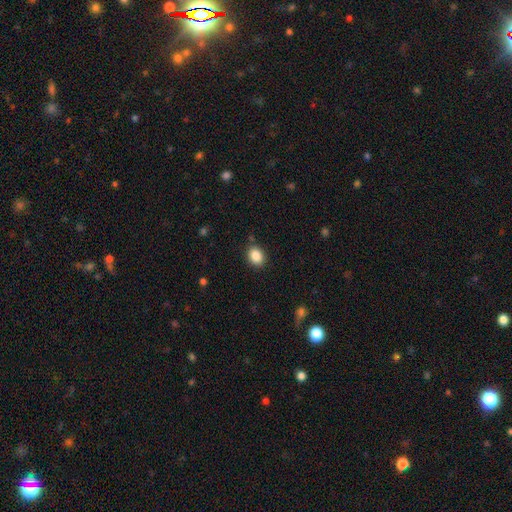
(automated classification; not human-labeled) Q: Smooth or featured?
A: smooth (87%); runner-up: star or artifact (9%)
Q: How rounded?
A: in between (55%); runner-up: round (44%)
Q: Merging?
A: none (86%); runner-up: minor disturbance (10%)